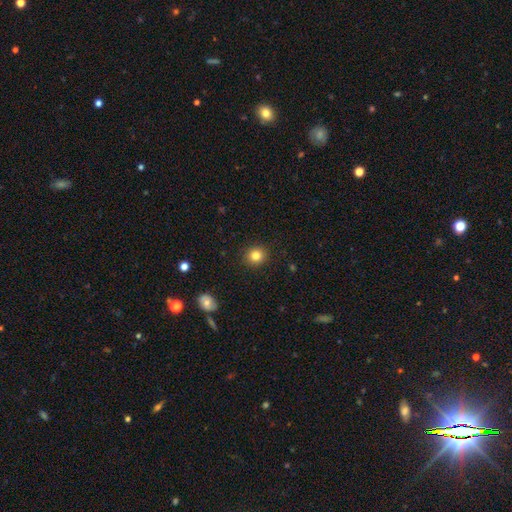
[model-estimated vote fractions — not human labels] Smooth or featured? Predicted: smooth (p=0.83). How rounded? Predicted: round (p=0.87). Merging? Predicted: none (p=0.91).